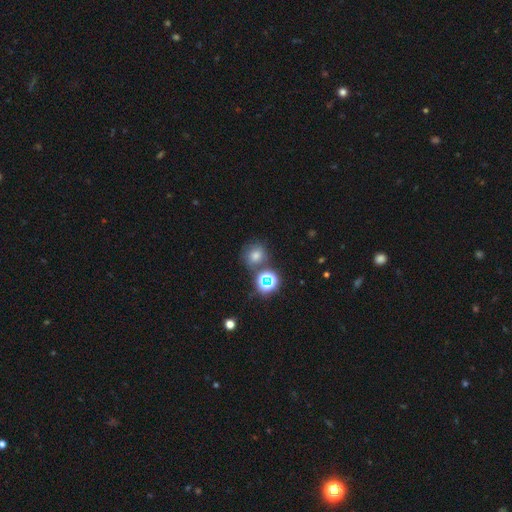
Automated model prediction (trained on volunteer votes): Q: Smooth or featured?
A: smooth (55%); runner-up: star or artifact (33%)
Q: How rounded?
A: round (80%); runner-up: in between (19%)
Q: Merging?
A: none (71%); runner-up: merger (13%)